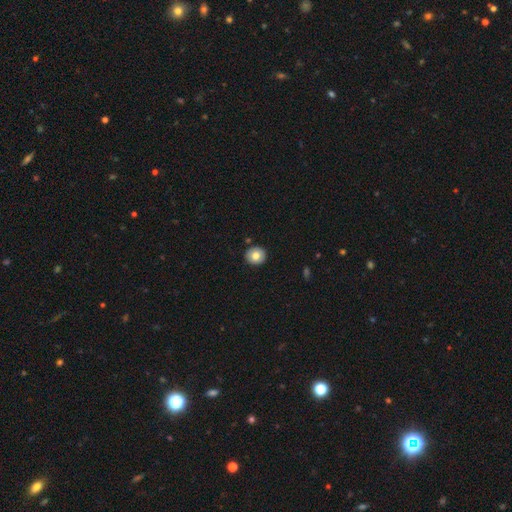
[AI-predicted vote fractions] smooth-or-featured: smooth: 77% | featured or disk: 14% | star or artifact: 8%
  how-rounded: round: 87% | in between: 12% | cigar-shaped: 1%
  merging: none: 90% | minor disturbance: 6% | merger: 2% | major disturbance: 2%